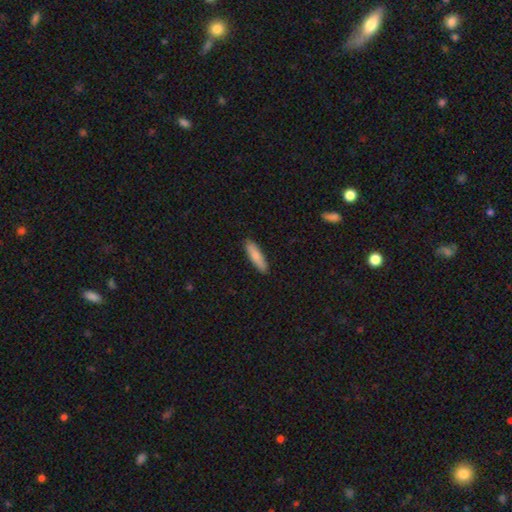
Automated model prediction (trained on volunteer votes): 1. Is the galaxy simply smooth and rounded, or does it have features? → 82% smooth, 12% featured or disk, 6% star or artifact.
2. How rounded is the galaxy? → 66% cigar-shaped, 32% in between, 2% round.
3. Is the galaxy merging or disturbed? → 89% none, 9% minor disturbance, 2% major disturbance, 1% merger.